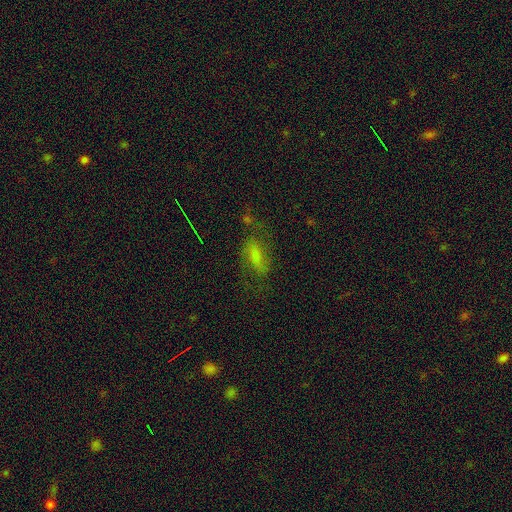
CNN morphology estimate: A smooth galaxy with no disk features (51%) that is in between round and cigar-shaped (76%).

Vote fractions:
- Smooth or featured? smooth: 51% / featured or disk: 32% / star or artifact: 17%
- How rounded? in between: 76% / cigar-shaped: 18% / round: 6%
- Merging? none: 57% / minor disturbance: 22% / major disturbance: 17% / merger: 4%